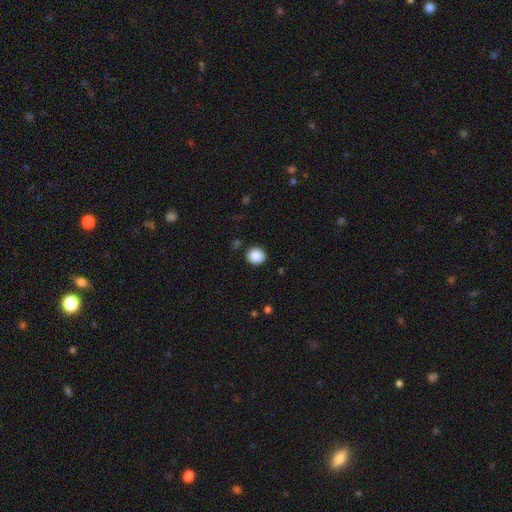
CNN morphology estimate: Smooth or featured: smooth — 87% (star or artifact — 9%)
How rounded: round — 87% (in between — 12%)
Merging: none — 88% (minor disturbance — 8%)